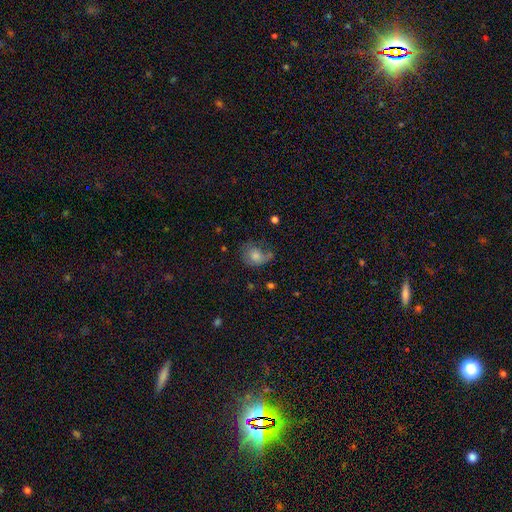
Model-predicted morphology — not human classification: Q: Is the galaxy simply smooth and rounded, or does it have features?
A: smooth — 60%.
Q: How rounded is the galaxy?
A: round — 59%.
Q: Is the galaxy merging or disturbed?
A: none — 45%.